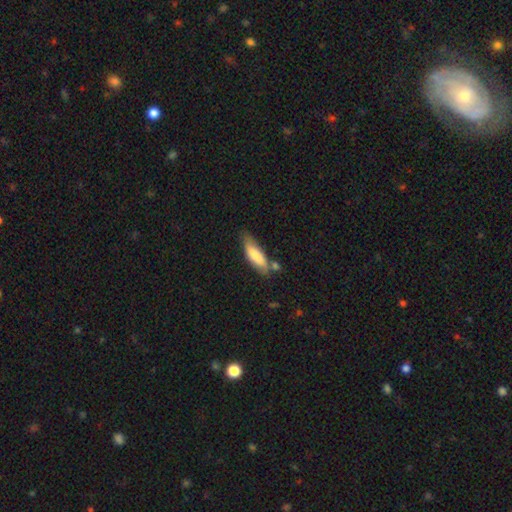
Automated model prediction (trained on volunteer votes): Overall: smooth (75%). How rounded: cigar-shaped (52%; in between 47%). Merging: none (58%; minor disturbance 23%).